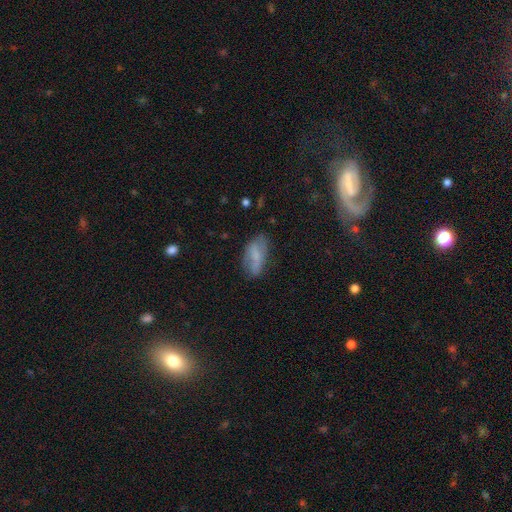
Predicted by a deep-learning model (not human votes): smooth 65%, featured or disk 26%, star or artifact 9%. Down the decision tree: how rounded — in between (83%); merging — none (62%).